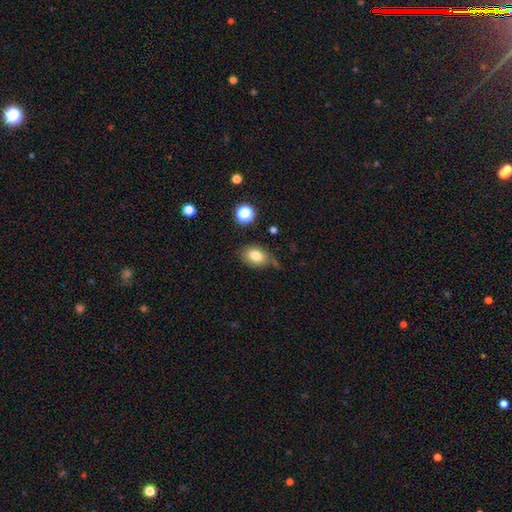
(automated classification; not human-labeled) A smooth galaxy with no disk features (79%) that is in between round and cigar-shaped (76%).

Vote fractions:
- Smooth or featured? smooth: 79% / featured or disk: 11% / star or artifact: 10%
- How rounded? in between: 76% / round: 23% / cigar-shaped: 1%
- Merging? none: 64% / minor disturbance: 23% / major disturbance: 7% / merger: 5%